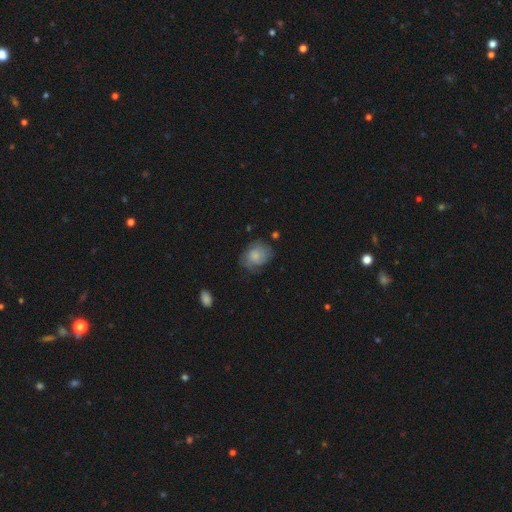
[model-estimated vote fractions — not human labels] This appears to be a smooth galaxy with no disk features (63%) that is in between round and cigar-shaped (50%). Merging: none (56%).